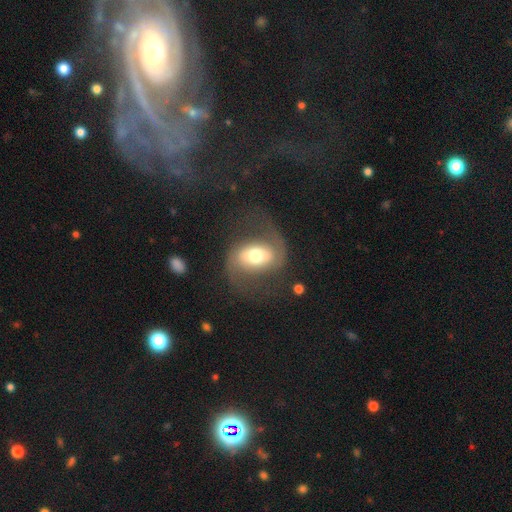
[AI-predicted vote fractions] smooth-or-featured: featured or disk: 77% | smooth: 18% | star or artifact: 6%
  disk-edge-on: no: 97% | yes: 3%
    bar: strong: 34% | no: 33% | weak: 33%
    has-spiral-arms: yes: 87% | no: 13%
      spiral-winding: medium: 44% | loose: 43% | tight: 13%
      spiral-arm-count: 2: 91% | can't tell: 3% | 1: 3% | 3: 1% | 4: 1% | more than 4: 1%
    bulge-size: moderate: 65% | large: 19% | small: 12% | dominant: 3% | none: 1%
  merging: none: 65% | major disturbance: 19% | minor disturbance: 14% | merger: 2%